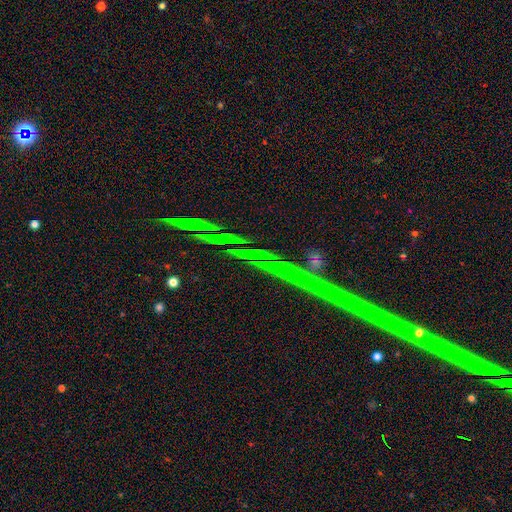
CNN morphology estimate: smooth-or-featured: star or artifact: 85% | featured or disk: 9% | smooth: 6%